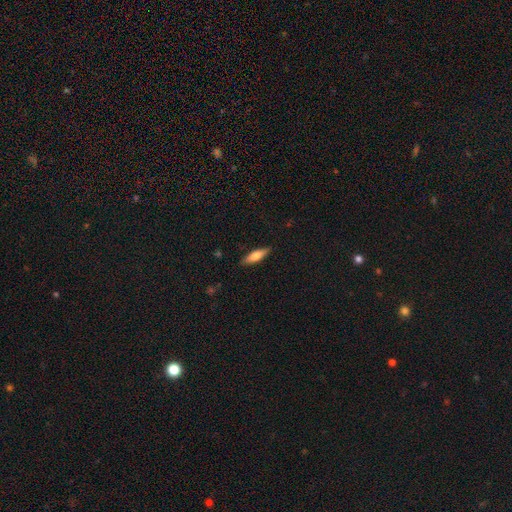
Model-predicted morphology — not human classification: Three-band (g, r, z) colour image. It shows a smooth galaxy with no disk features (69%) that is cigar-shaped (59%). Merging: none (87%).